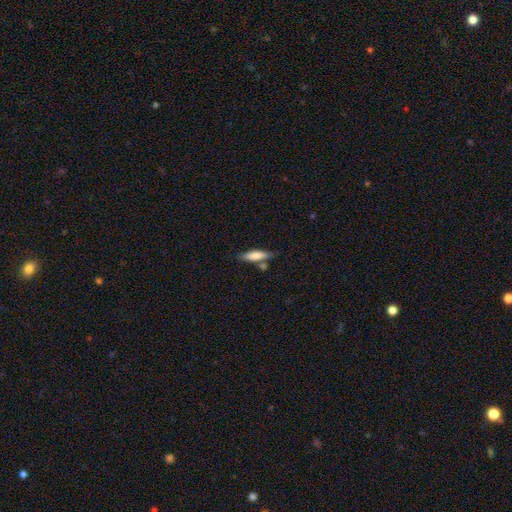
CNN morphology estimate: Overall: smooth (68%). How rounded: cigar-shaped (72%). Merging: none (67%).